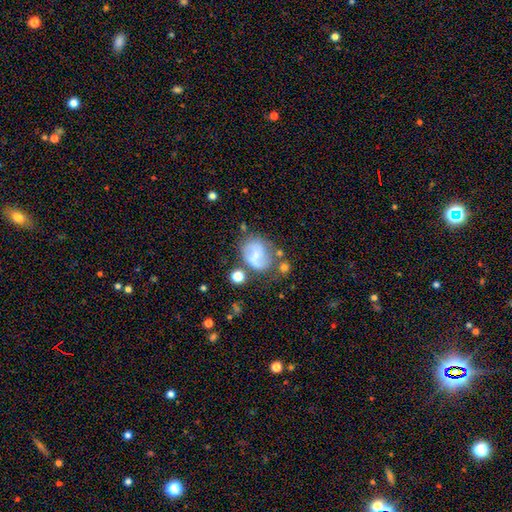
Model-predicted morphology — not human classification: smooth-or-featured: featured or disk: 54% | smooth: 36% | star or artifact: 10%
  disk-edge-on: no: 97% | yes: 3%
    bar: weak: 44% | no: 33% | strong: 23%
    has-spiral-arms: yes: 75% | no: 25%
    bulge-size: small: 44% | none: 32% | moderate: 19% | large: 3% | dominant: 2%
  merging: none: 51% | minor disturbance: 22% | major disturbance: 15% | merger: 12%